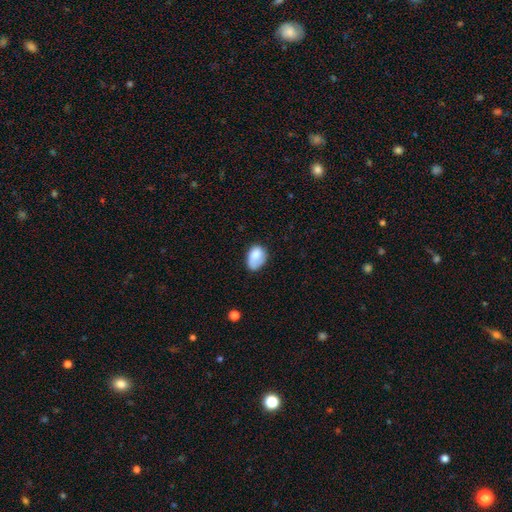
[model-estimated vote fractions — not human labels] A smooth galaxy with no disk features (75%) that is in between round and cigar-shaped (77%).

Vote fractions:
- Smooth or featured? smooth: 75% / featured or disk: 18% / star or artifact: 7%
- How rounded? in between: 77% / round: 22% / cigar-shaped: 1%
- Merging? none: 48% / minor disturbance: 33% / major disturbance: 16% / merger: 3%